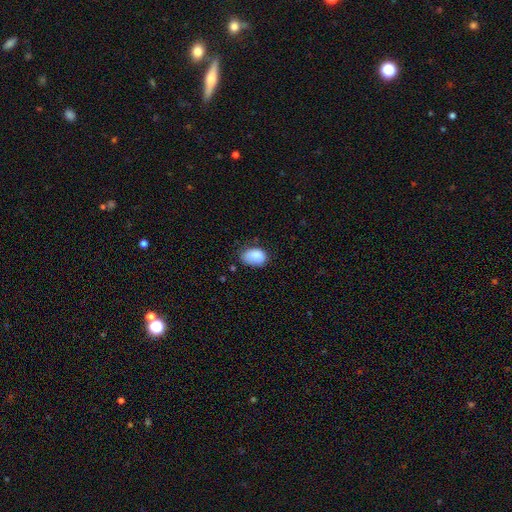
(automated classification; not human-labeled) The model was most divided on "merging": none: 53%, minor disturbance: 34%, major disturbance: 10%, merger: 3%. More confident: smooth or featured — smooth (85%); how rounded — in between (83%).